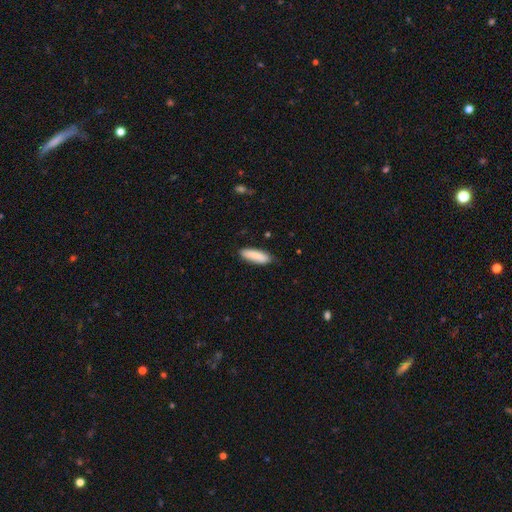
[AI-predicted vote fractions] smooth_or_featured: smooth (p=0.88) [alt: featured or disk p=0.06]
how_rounded: in between (p=0.52) [alt: cigar-shaped p=0.46]
merging: none (p=0.82) [alt: minor disturbance p=0.14]